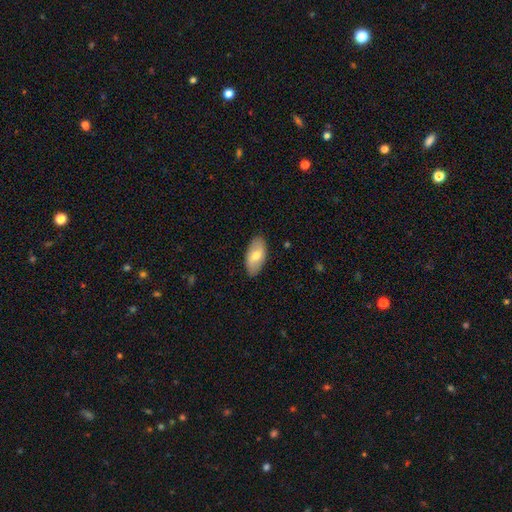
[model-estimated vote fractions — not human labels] The model was most divided on "smooth or featured": smooth: 65%, featured or disk: 29%, star or artifact: 6%. More confident: how rounded — in between (94%); merging — none (86%).